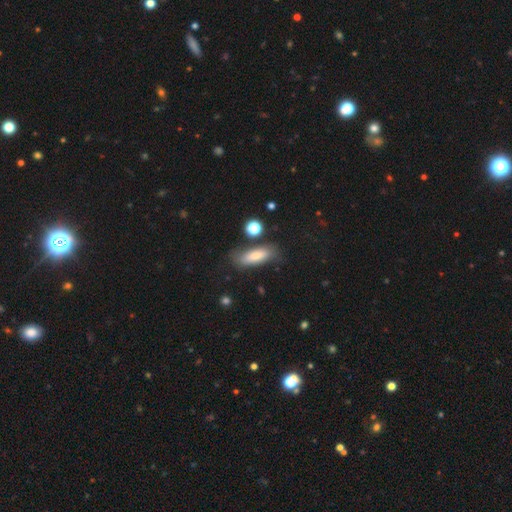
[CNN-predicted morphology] type=smooth (76%); roundness=in between (56%); merging=none (73%).